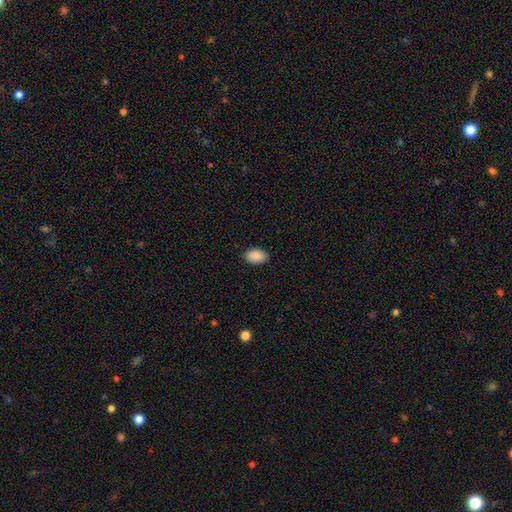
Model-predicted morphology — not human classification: A smooth galaxy with no disk features (90%) that is in between round and cigar-shaped (92%).

Vote fractions:
- Smooth or featured? smooth: 90% / star or artifact: 7% / featured or disk: 3%
- How rounded? in between: 92% / round: 7% / cigar-shaped: 1%
- Merging? none: 89% / minor disturbance: 8% / major disturbance: 2% / merger: 1%